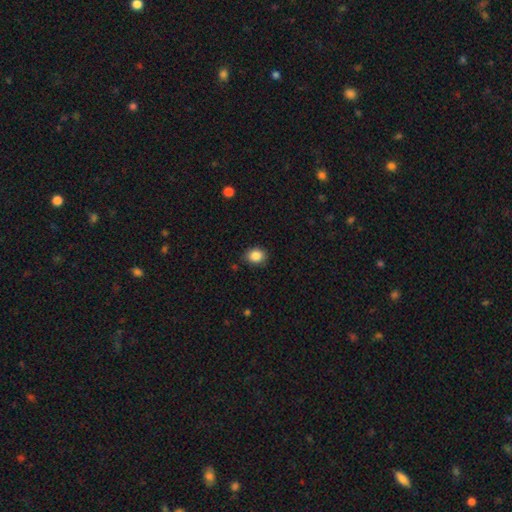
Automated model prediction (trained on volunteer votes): Overall: smooth (86%). How rounded: round (63%; in between 36%). Merging: none (83%).